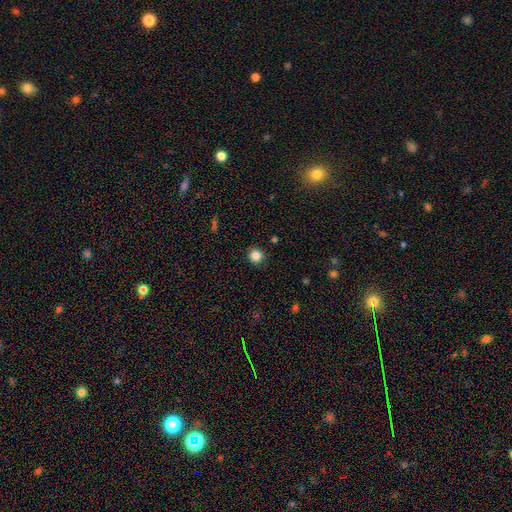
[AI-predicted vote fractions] Overall: smooth (84%). How rounded: round (93%). Merging: none (91%).